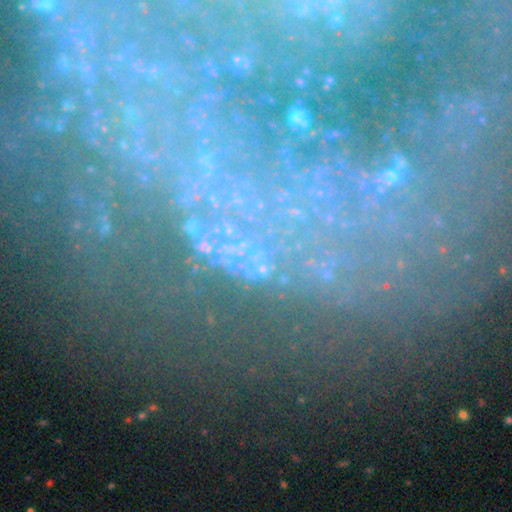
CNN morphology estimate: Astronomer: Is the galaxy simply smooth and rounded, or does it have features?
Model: star or artifact — 50% (runner-up: featured or disk, 33%).